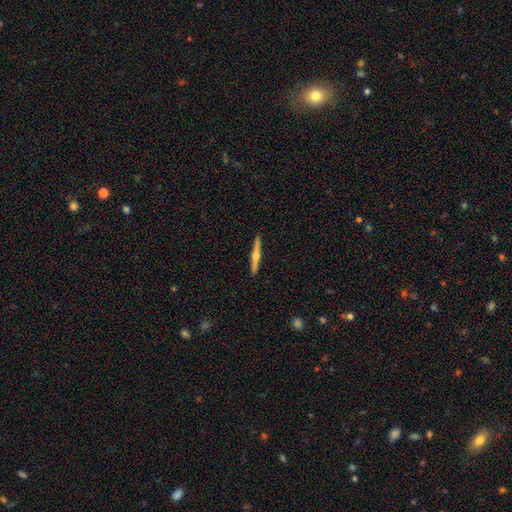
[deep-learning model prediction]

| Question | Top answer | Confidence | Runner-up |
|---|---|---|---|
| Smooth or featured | featured or disk | 71% | smooth (23%) |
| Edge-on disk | yes | 98% | no (2%) |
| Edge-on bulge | rounded | 91% | none (5%) |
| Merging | none | 93% | minor disturbance (5%) |